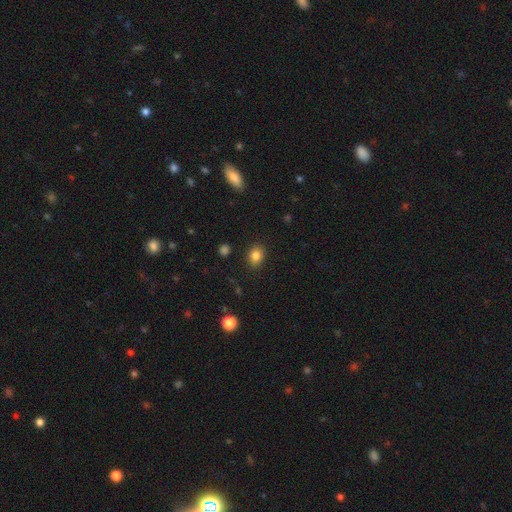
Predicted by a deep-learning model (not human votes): Smooth or featured? smooth (83%)
How rounded? in between (51%)
Merging? none (88%)